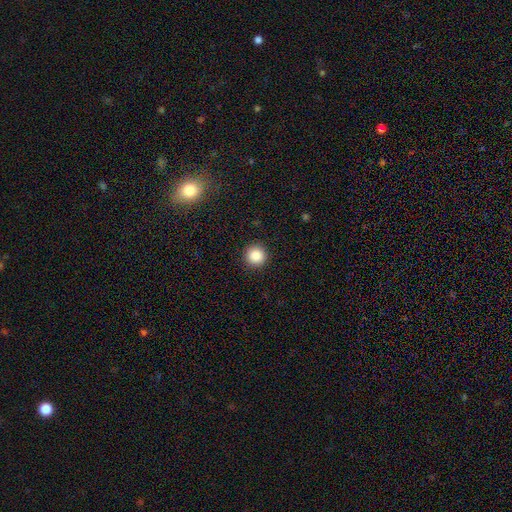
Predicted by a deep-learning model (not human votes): Smooth or featured?
  - smooth: 87% *
  - star or artifact: 10%
  - featured or disk: 3%
How rounded?
  - round: 95% *
  - in between: 4%
  - cigar-shaped: 1%
Merging?
  - none: 92% *
  - minor disturbance: 5%
  - major disturbance: 2%
  - merger: 1%